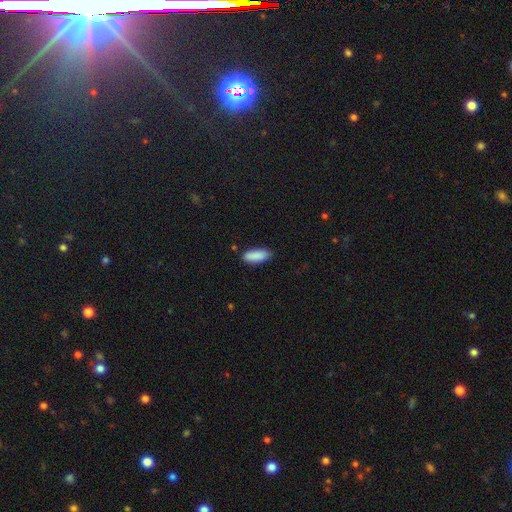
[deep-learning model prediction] smooth-or-featured: smooth: 89% | star or artifact: 7% | featured or disk: 4%
  how-rounded: in between: 70% | cigar-shaped: 28% | round: 2%
  merging: none: 82% | minor disturbance: 14% | major disturbance: 2% | merger: 2%